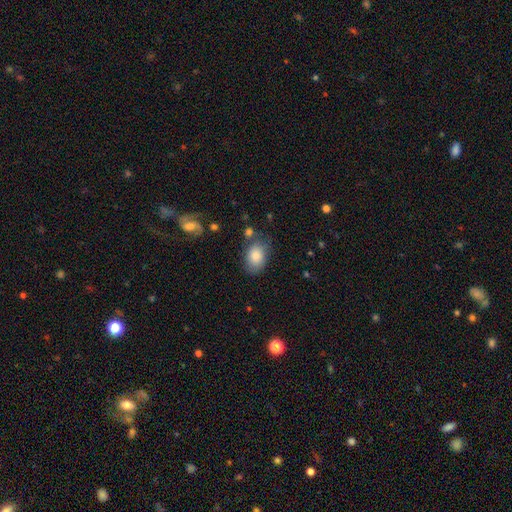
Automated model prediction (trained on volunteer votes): This appears to be a smooth galaxy with no disk features (81%) that is in between round and cigar-shaped (84%). Merging: none (65%).